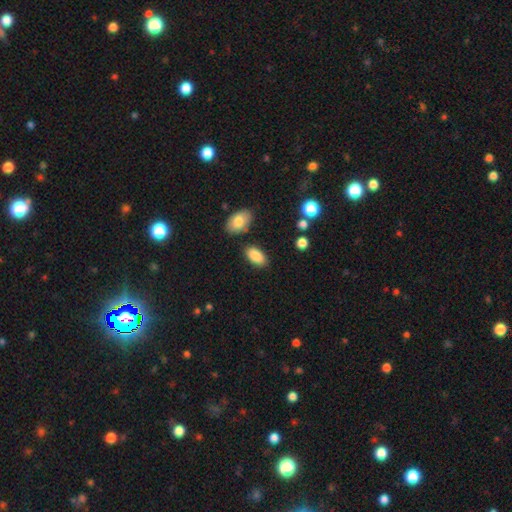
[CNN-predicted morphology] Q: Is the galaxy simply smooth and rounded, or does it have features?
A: smooth — 88%.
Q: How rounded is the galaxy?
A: in between — 94%.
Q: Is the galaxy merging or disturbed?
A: none — 83%.